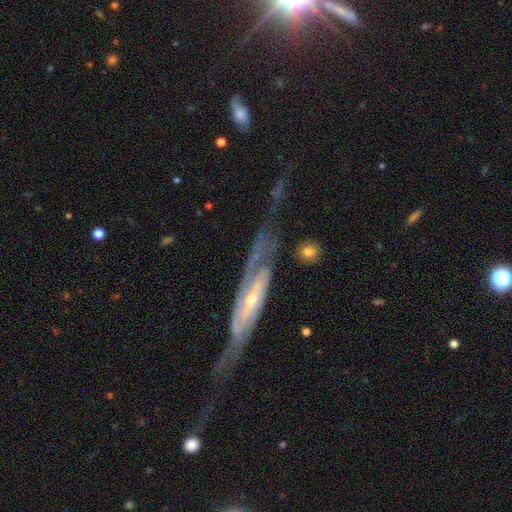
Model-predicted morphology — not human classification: type=featured or disk (86%); edge-on=no (65%); bar=no (47%); spiral arms=yes (91%); winding=medium (41%); arm count=2 (74%); bulge=small (70%); merging=none (57%).